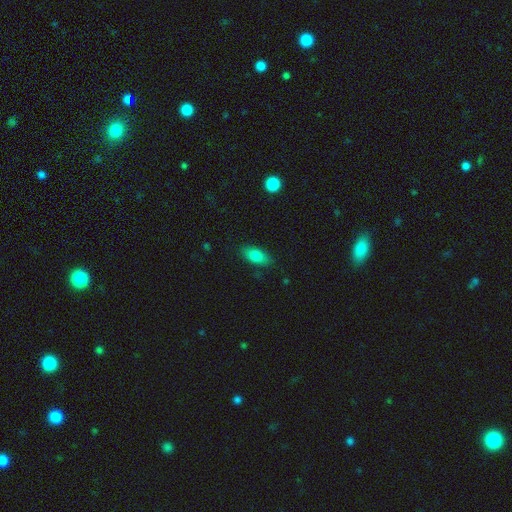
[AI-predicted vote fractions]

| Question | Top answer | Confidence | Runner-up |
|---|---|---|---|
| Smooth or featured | smooth | 80% | featured or disk (12%) |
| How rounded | in between | 86% | cigar-shaped (10%) |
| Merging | none | 85% | minor disturbance (11%) |